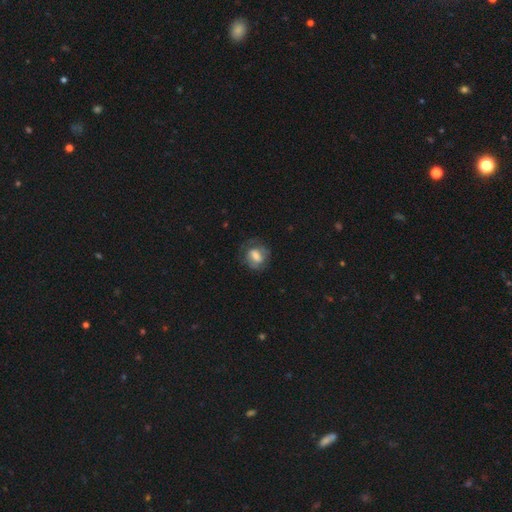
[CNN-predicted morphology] The model was most divided on "smooth or featured": smooth: 50%, featured or disk: 41%, star or artifact: 9%. More confident: merging — none (64%).